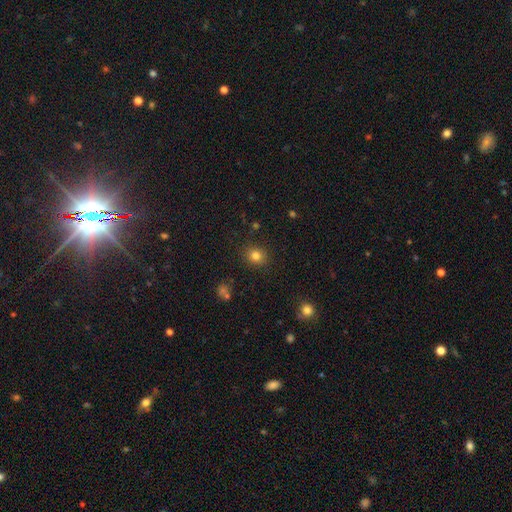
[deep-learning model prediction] The model was most divided on "how rounded": round: 75%, in between: 24%, cigar-shaped: 1%. More confident: merging — none (87%); smooth or featured — smooth (81%).